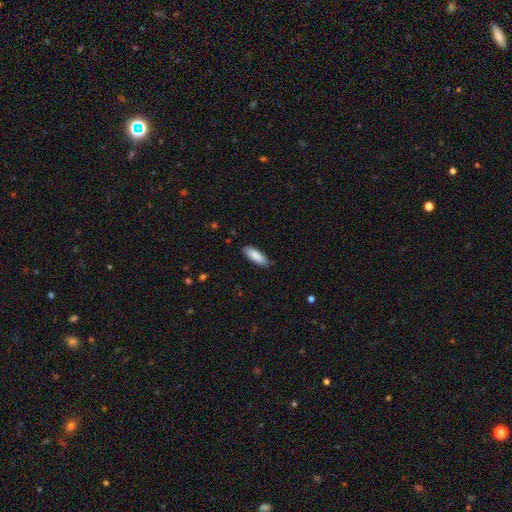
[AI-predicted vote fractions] A smooth galaxy with no disk features (86%) that is in between round and cigar-shaped (67%). Merging: none (83%).